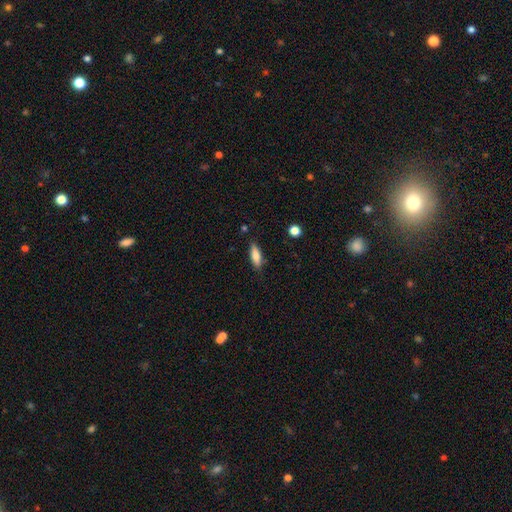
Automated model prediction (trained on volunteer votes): Overall: smooth (80%). How rounded: in between (54%; cigar-shaped 44%). Merging: none (83%).